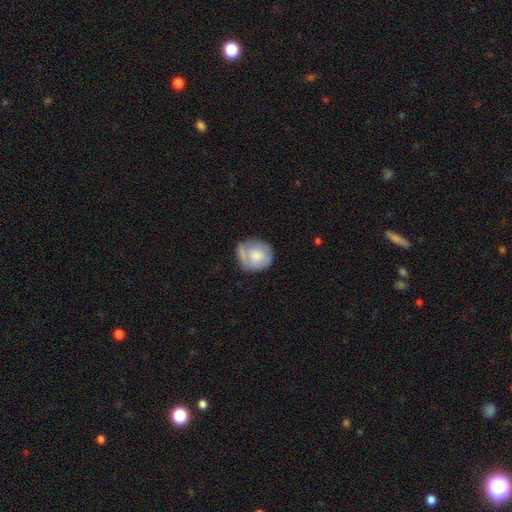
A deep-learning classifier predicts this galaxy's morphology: smooth 63%, featured or disk 30%, star or artifact 7%. Down the decision tree: how rounded — round (85%); merging — none (63%).